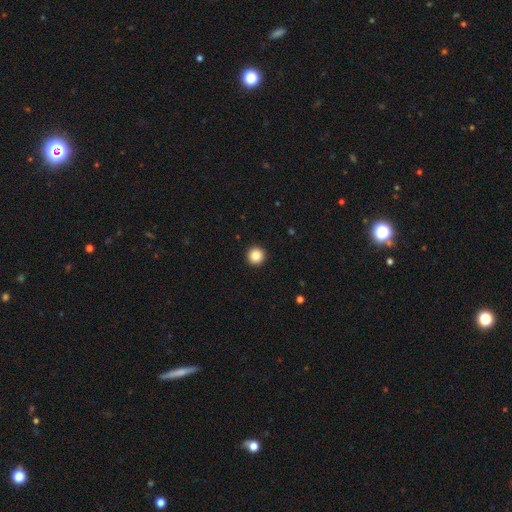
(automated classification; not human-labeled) smooth-or-featured: smooth: 86% | star or artifact: 10% | featured or disk: 5%
  how-rounded: round: 96% | in between: 3% | cigar-shaped: 1%
  merging: none: 94% | minor disturbance: 4% | major disturbance: 1% | merger: 1%